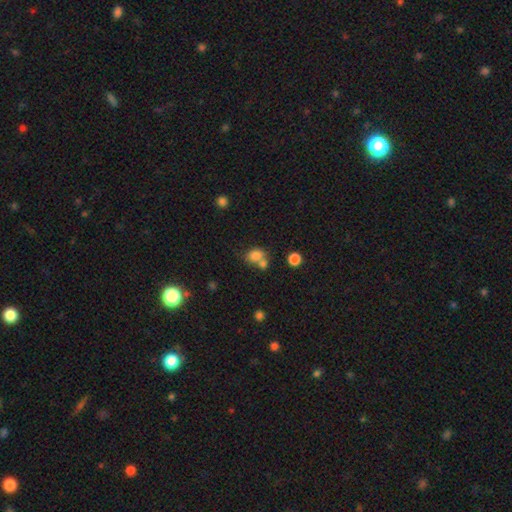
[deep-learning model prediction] smooth_or_featured: smooth (p=0.79) [alt: star or artifact p=0.12]
how_rounded: in between (p=0.61) [alt: round p=0.38]
merging: merger (p=0.42) [alt: none p=0.39]